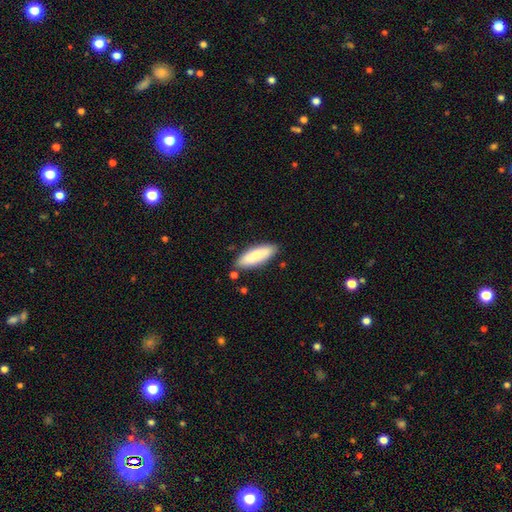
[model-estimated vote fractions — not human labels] A smooth galaxy with no disk features (78%) that is in between round and cigar-shaped (60%).

Vote fractions:
- Smooth or featured? smooth: 78% / featured or disk: 17% / star or artifact: 6%
- How rounded? in between: 60% / cigar-shaped: 38% / round: 2%
- Merging? none: 83% / minor disturbance: 12% / merger: 3% / major disturbance: 2%